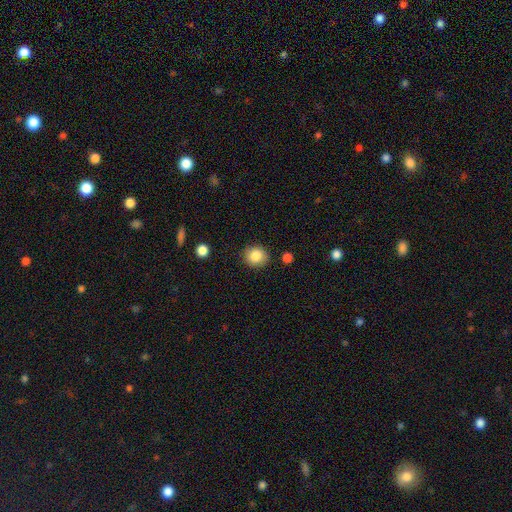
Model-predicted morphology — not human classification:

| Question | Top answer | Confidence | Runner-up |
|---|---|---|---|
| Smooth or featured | smooth | 84% | star or artifact (9%) |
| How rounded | round | 81% | in between (18%) |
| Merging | none | 87% | minor disturbance (9%) |